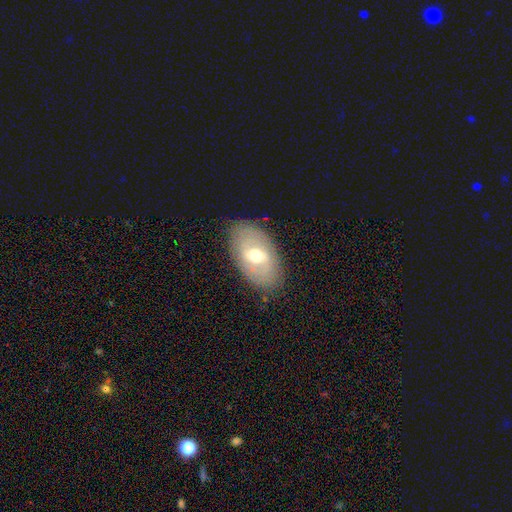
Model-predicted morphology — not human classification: smooth-or-featured: featured or disk: 51% | smooth: 41% | star or artifact: 8%
  disk-edge-on: no: 89% | yes: 11%
  merging: none: 84% | minor disturbance: 11% | major disturbance: 3% | merger: 1%